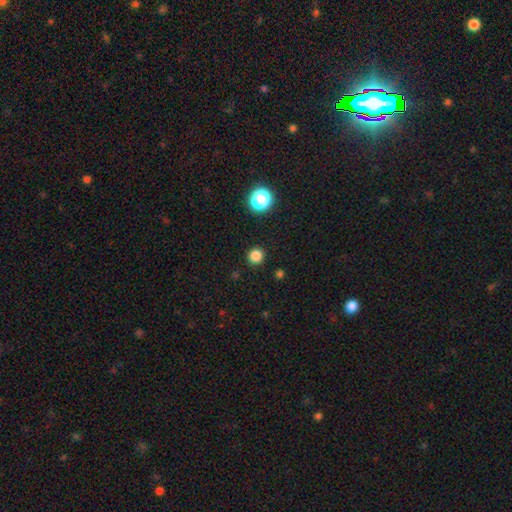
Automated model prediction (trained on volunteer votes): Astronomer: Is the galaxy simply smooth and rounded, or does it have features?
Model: smooth — 83%.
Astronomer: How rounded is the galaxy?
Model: round — 95%.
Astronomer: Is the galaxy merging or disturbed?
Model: none — 92%.